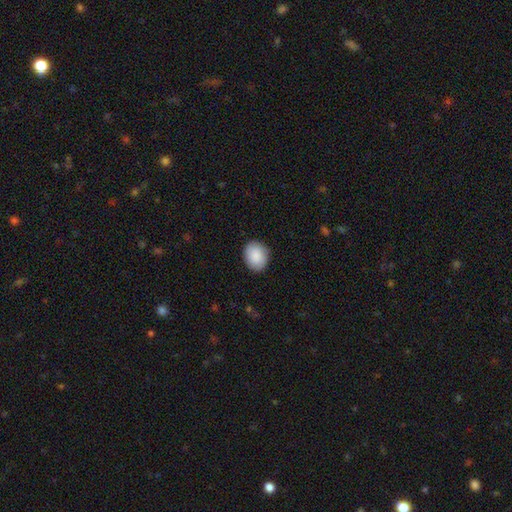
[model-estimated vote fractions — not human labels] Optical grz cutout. It shows a smooth galaxy with no disk features (90%) that is in between round and cigar-shaped (53%). Merging: none (87%).